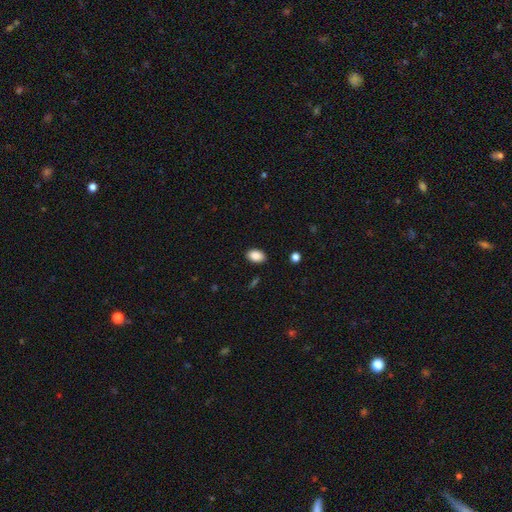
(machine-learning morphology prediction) Smooth or featured? smooth (88%)
How rounded? in between (87%)
Merging? none (88%)